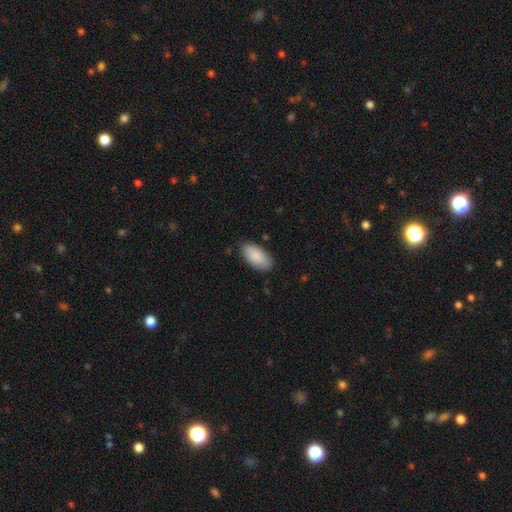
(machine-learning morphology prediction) This appears to be a smooth galaxy with no disk features (89%) that is in between round and cigar-shaped (94%). Merging: none (84%).